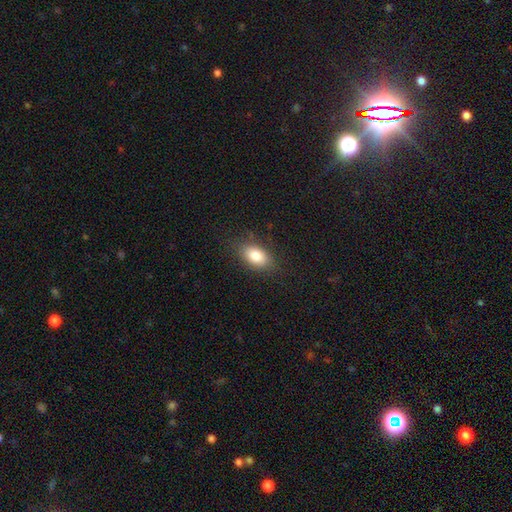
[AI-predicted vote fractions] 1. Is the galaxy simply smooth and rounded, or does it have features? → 84% smooth, 8% featured or disk, 8% star or artifact.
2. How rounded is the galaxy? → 90% in between, 8% round, 3% cigar-shaped.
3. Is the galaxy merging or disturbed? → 83% none, 12% minor disturbance, 4% major disturbance, 1% merger.